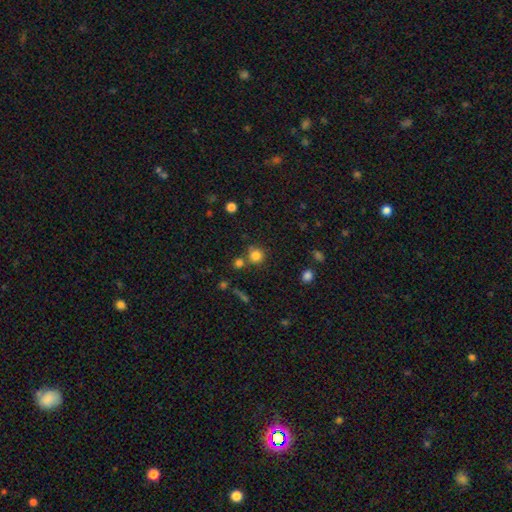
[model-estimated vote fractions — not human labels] Smooth or featured: smooth — 81% (star or artifact — 13%)
How rounded: round — 90% (in between — 9%)
Merging: none — 71% (merger — 16%)